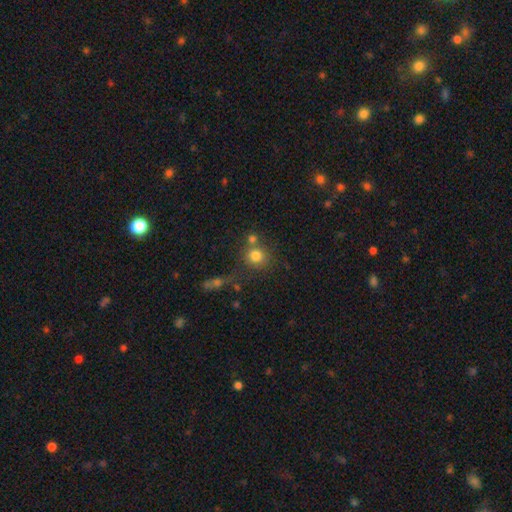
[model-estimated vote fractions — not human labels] Morphology: type=smooth (79%); roundness=round (88%); merging=none (63%).